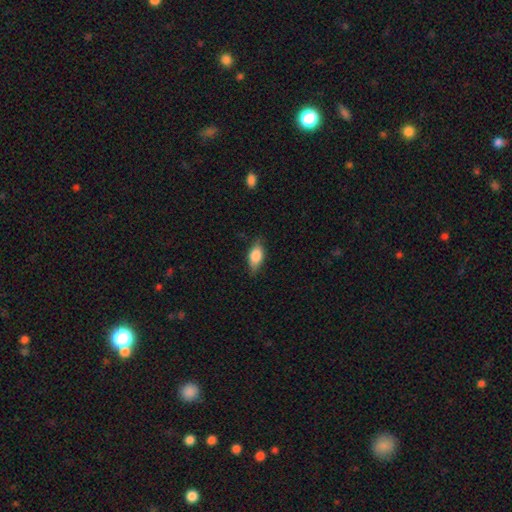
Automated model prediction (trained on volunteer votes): smooth-or-featured: smooth: 78% | featured or disk: 15% | star or artifact: 7%
  how-rounded: in between: 85% | cigar-shaped: 9% | round: 5%
  merging: none: 76% | minor disturbance: 19% | major disturbance: 4% | merger: 1%